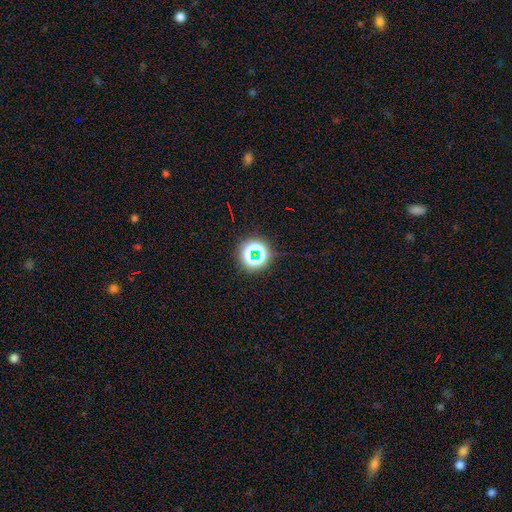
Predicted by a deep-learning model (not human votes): star or artifact 62%, smooth 28%, featured or disk 10%.